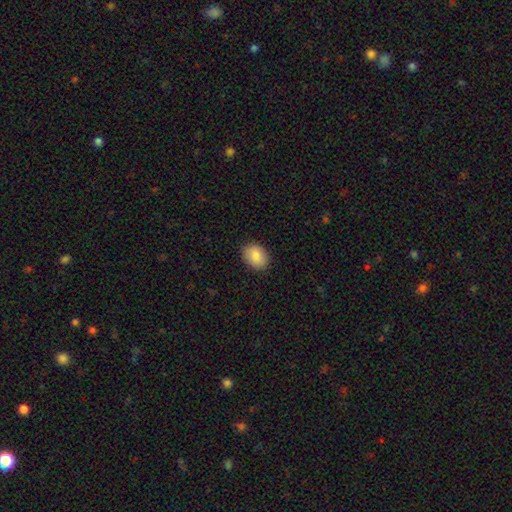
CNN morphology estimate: smooth 88%, star or artifact 7%, featured or disk 6%. Down the decision tree: how rounded — in between (77%); merging — none (89%).